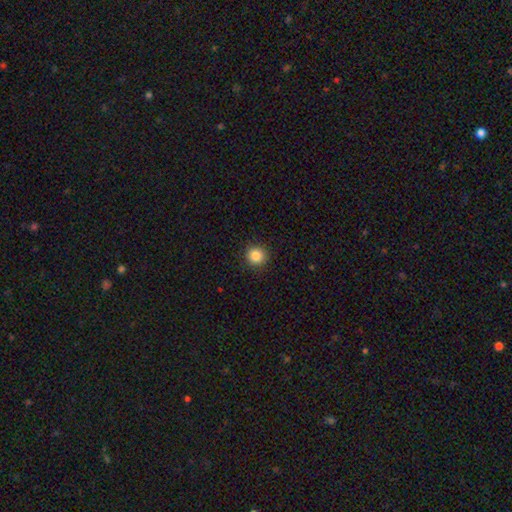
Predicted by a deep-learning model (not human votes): smooth 86%, star or artifact 11%, featured or disk 4%. Down the decision tree: how rounded — round (94%); merging — none (91%).